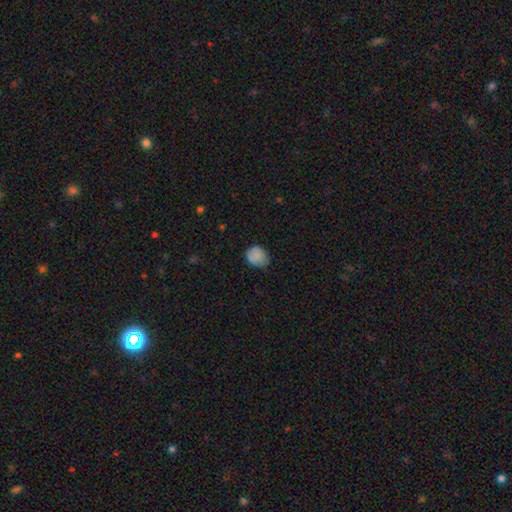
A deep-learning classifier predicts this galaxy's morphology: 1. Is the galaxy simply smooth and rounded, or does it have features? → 84% smooth, 9% star or artifact, 7% featured or disk.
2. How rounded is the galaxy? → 63% round, 36% in between, 1% cigar-shaped.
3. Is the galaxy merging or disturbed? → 64% none, 30% minor disturbance, 5% major disturbance, 1% merger.